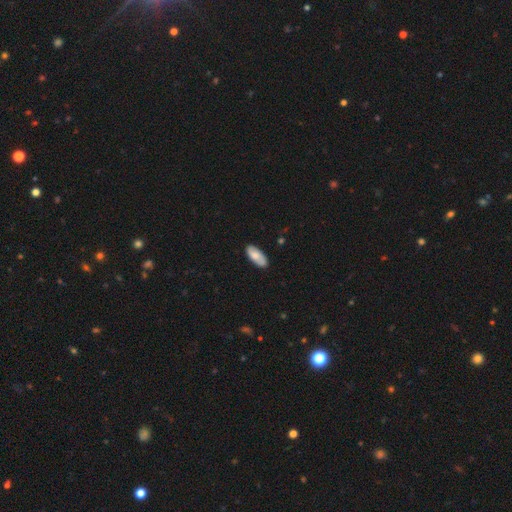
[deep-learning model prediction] Smooth or featured?
  - smooth: 74% *
  - featured or disk: 21%
  - star or artifact: 6%
How rounded?
  - in between: 87% *
  - cigar-shaped: 11%
  - round: 2%
Merging?
  - none: 85% *
  - minor disturbance: 11%
  - major disturbance: 2%
  - merger: 1%